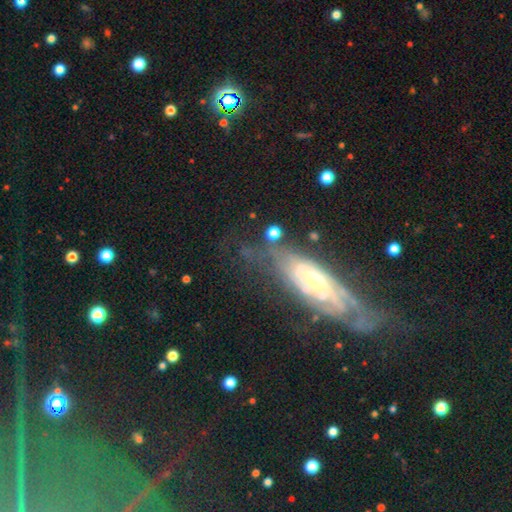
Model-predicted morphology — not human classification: Smooth or featured? featured or disk (70%)
Edge-on disk? no (69%)
Merging? none (65%)